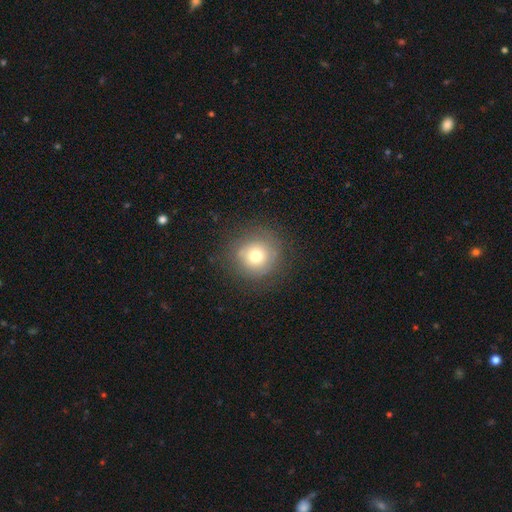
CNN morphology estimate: A smooth galaxy with no disk features (70%) that is round (92%).

Vote fractions:
- Smooth or featured? smooth: 70% / featured or disk: 16% / star or artifact: 14%
- How rounded? round: 92% / in between: 7% / cigar-shaped: 1%
- Merging? none: 81% / minor disturbance: 12% / major disturbance: 5% / merger: 1%